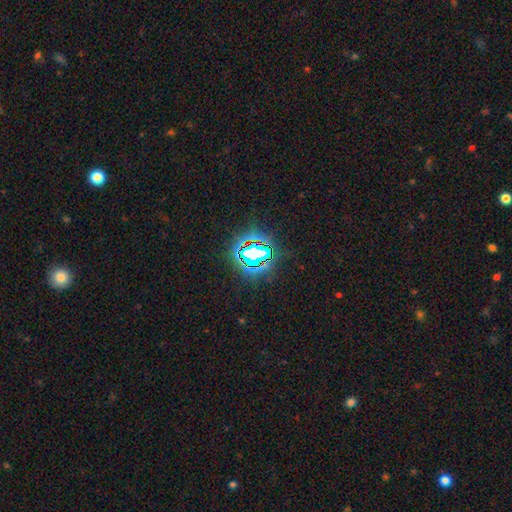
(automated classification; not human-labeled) Overall: star or artifact (72%).